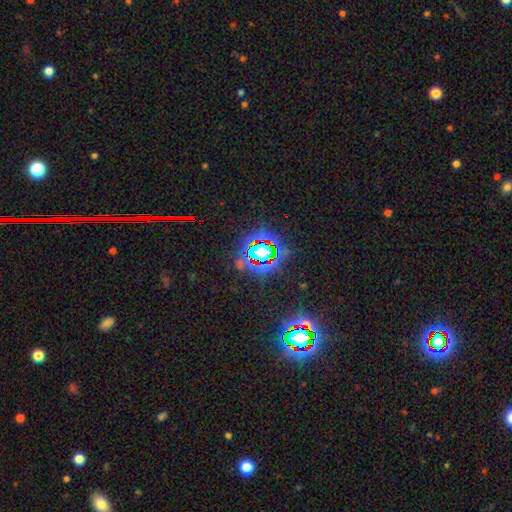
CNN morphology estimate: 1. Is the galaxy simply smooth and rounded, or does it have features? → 79% star or artifact, 13% smooth, 8% featured or disk.